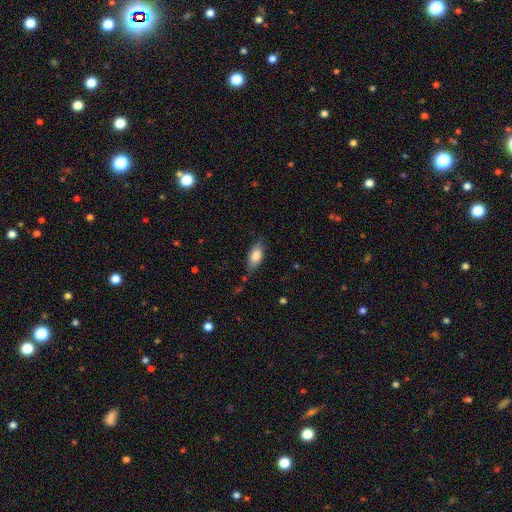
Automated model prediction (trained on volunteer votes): Smooth or featured? smooth (78%)
How rounded? in between (83%)
Merging? none (74%)